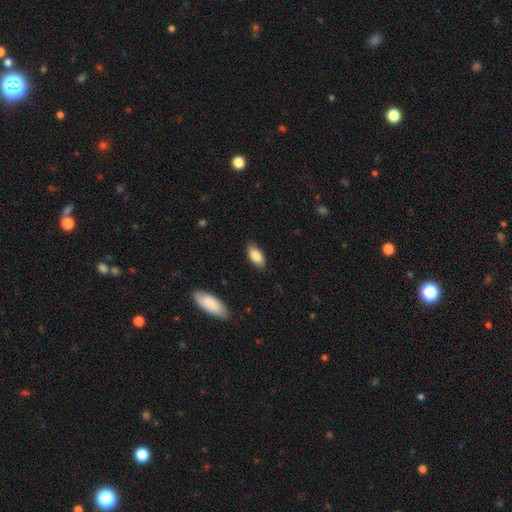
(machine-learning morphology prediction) Q: Smooth or featured?
A: smooth (85%); runner-up: featured or disk (9%)
Q: How rounded?
A: in between (89%); runner-up: cigar-shaped (9%)
Q: Merging?
A: none (85%); runner-up: minor disturbance (12%)